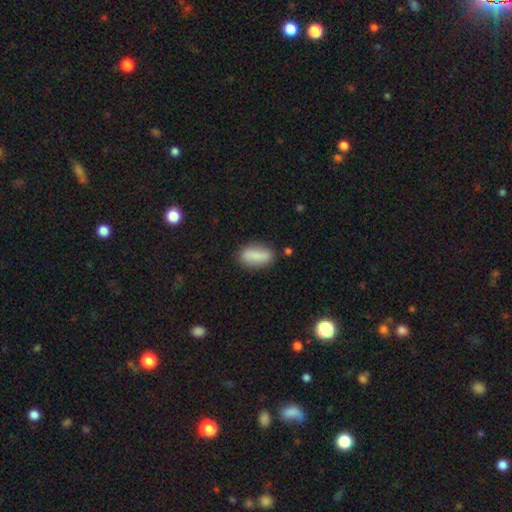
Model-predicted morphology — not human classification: smooth 82%, featured or disk 11%, star or artifact 7%. Down the decision tree: how rounded — in between (83%); merging — none (80%).